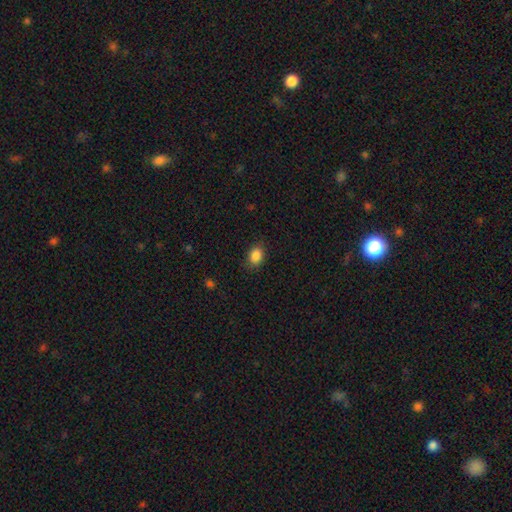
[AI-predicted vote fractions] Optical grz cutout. It shows a smooth galaxy with no disk features (87%) that is in between round and cigar-shaped (70%). Merging: none (84%).